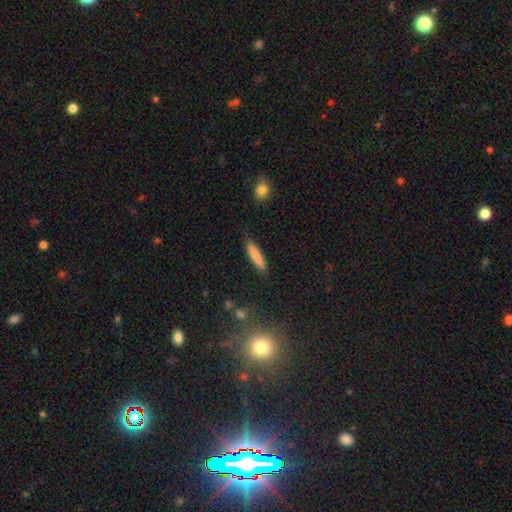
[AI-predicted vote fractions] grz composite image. It shows a smooth galaxy with no disk features (84%) that is cigar-shaped (87%). Merging: none (87%).